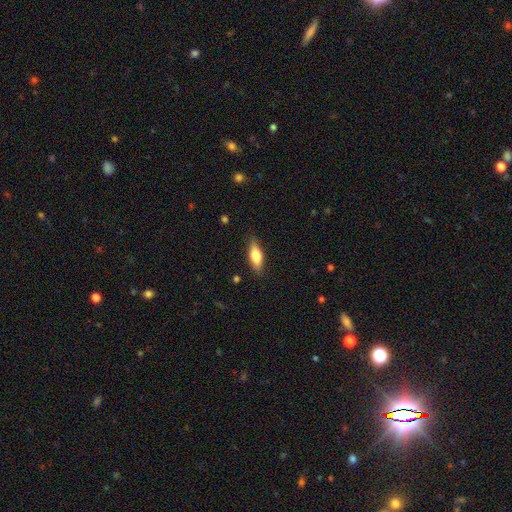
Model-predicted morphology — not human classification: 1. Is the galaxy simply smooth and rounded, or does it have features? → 66% smooth, 28% featured or disk, 6% star or artifact.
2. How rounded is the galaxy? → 61% in between, 36% cigar-shaped, 3% round.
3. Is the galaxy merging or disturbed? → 84% none, 12% minor disturbance, 3% major disturbance, 1% merger.